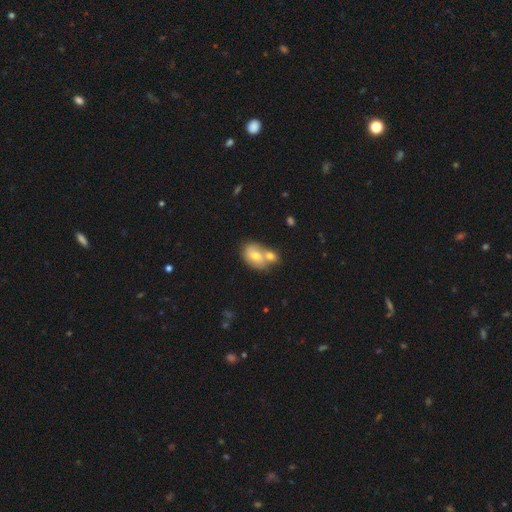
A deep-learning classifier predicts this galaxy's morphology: smooth 69%, featured or disk 22%, star or artifact 8%. Down the decision tree: how rounded — in between (72%); merging — merger (54%).